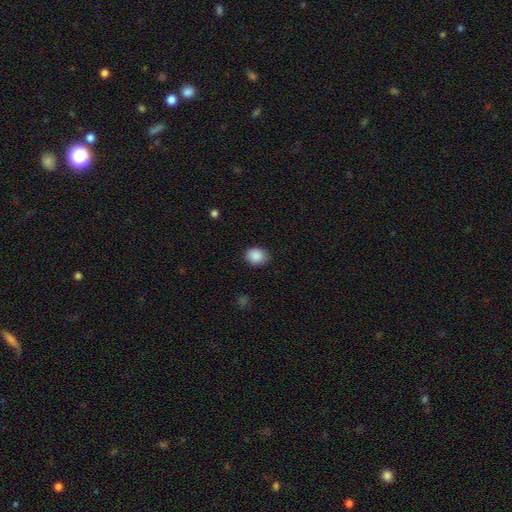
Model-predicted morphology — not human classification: smooth_or_featured: smooth (p=0.89) [alt: star or artifact p=0.08]
how_rounded: round (p=0.56) [alt: in between p=0.43]
merging: none (p=0.84) [alt: minor disturbance p=0.12]